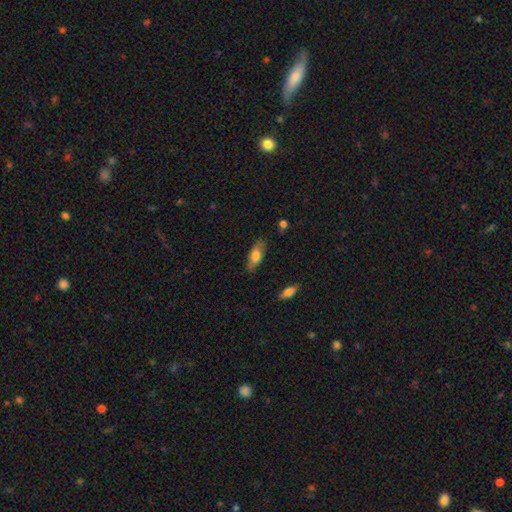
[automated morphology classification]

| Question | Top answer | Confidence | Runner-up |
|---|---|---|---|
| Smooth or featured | smooth | 70% | featured or disk (23%) |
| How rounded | in between | 75% | cigar-shaped (22%) |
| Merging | none | 79% | minor disturbance (16%) |